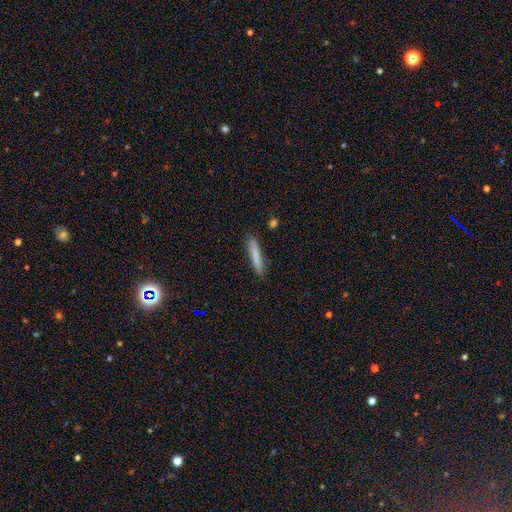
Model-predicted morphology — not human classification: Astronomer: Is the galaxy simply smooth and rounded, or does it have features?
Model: smooth — 79%.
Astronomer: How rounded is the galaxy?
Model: cigar-shaped — 93%.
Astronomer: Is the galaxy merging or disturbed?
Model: none — 86%.